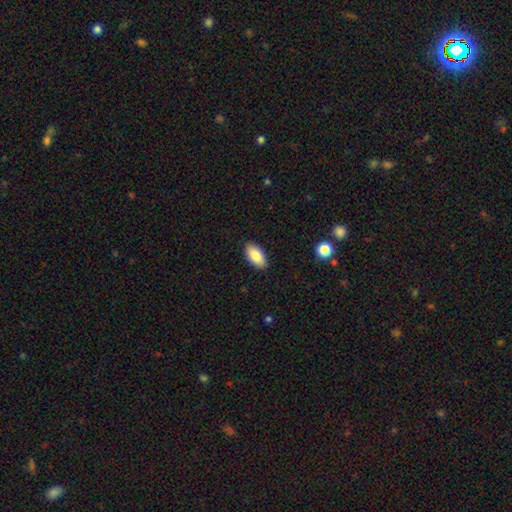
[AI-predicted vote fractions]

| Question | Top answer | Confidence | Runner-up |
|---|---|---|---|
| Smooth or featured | smooth | 86% | featured or disk (8%) |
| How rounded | in between | 93% | cigar-shaped (4%) |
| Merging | none | 88% | minor disturbance (9%) |